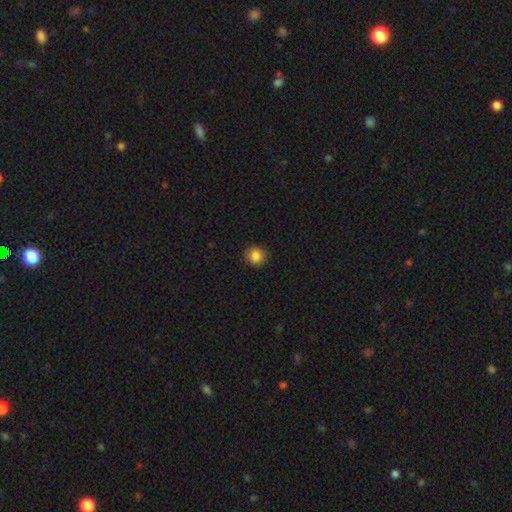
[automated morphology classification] type=smooth (86%); roundness=round (88%); merging=none (90%).